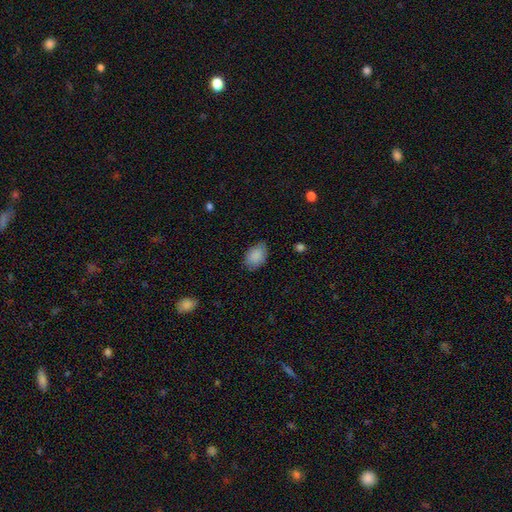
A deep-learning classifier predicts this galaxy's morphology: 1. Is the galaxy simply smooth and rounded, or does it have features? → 86% smooth, 7% star or artifact, 7% featured or disk.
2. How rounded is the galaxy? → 83% in between, 16% round, 1% cigar-shaped.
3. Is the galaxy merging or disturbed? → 73% none, 22% minor disturbance, 4% major disturbance, 1% merger.